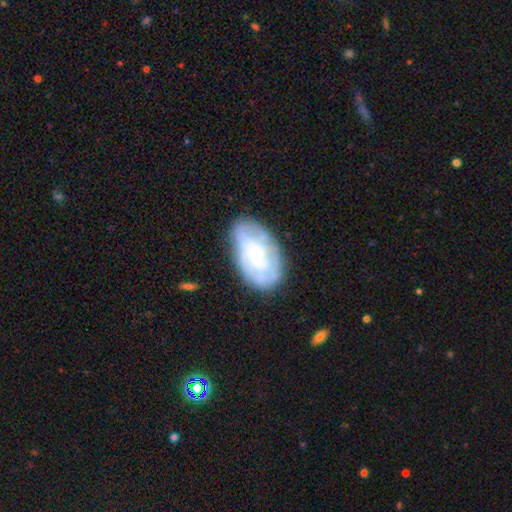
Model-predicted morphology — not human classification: Q: Smooth or featured?
A: featured or disk (64%); runner-up: smooth (30%)
Q: Edge-on disk?
A: no (95%); runner-up: yes (5%)
Q: Bar?
A: no (75%); runner-up: weak (21%)
Q: Spiral arms?
A: yes (74%); runner-up: no (26%)
Q: Bulge size?
A: small (57%); runner-up: moderate (31%)
Q: Merging?
A: none (71%); runner-up: minor disturbance (20%)